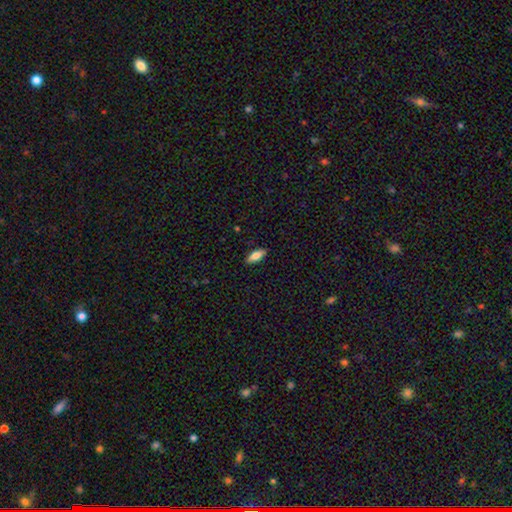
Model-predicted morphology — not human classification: Smooth or featured?
  - smooth: 73% *
  - featured or disk: 20%
  - star or artifact: 7%
How rounded?
  - in between: 71% *
  - cigar-shaped: 26%
  - round: 2%
Merging?
  - none: 89% *
  - minor disturbance: 8%
  - major disturbance: 2%
  - merger: 1%